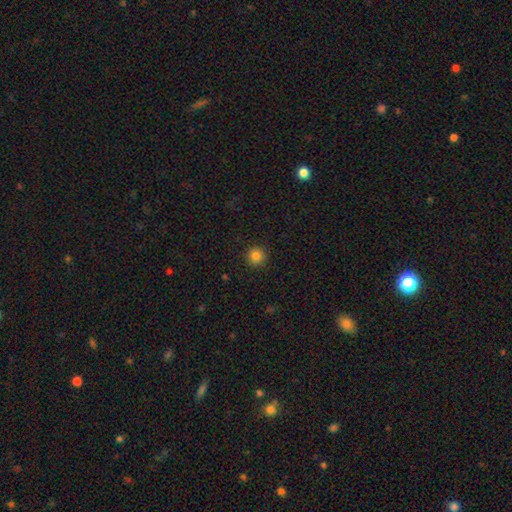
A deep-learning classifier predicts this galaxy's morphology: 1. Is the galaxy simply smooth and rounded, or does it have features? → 83% smooth, 12% star or artifact, 5% featured or disk.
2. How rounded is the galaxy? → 95% round, 4% in between, 1% cigar-shaped.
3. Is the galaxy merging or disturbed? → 92% none, 5% minor disturbance, 2% major disturbance, 1% merger.